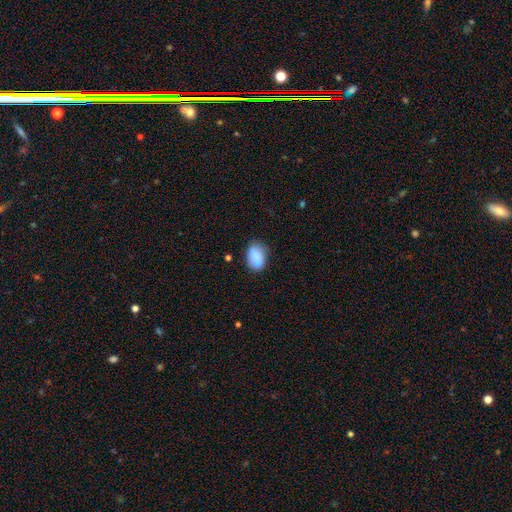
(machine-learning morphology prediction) A smooth galaxy with no disk features (76%) that is in between round and cigar-shaped (81%). Merging: none (49%).